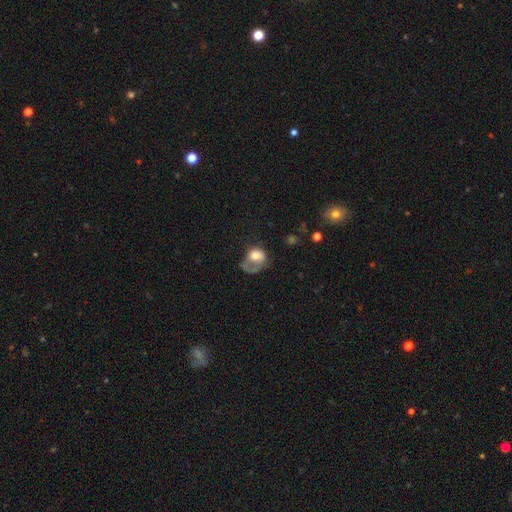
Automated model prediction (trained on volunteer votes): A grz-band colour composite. It shows a smooth galaxy with no disk features (59%) that is in between round and cigar-shaped (52%). Merging: major disturbance (55%).